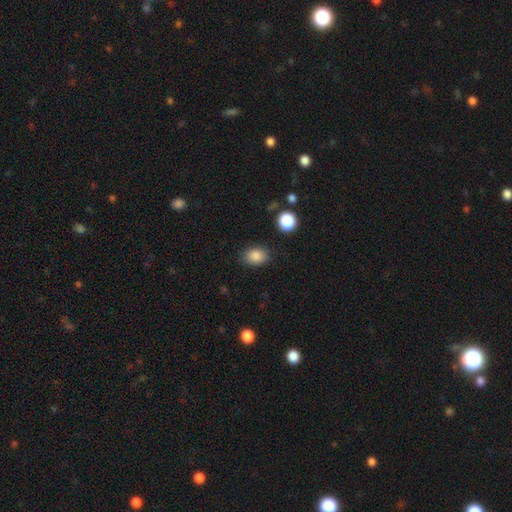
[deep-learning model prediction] A smooth galaxy with no disk features (85%) that is in between round and cigar-shaped (75%).

Vote fractions:
- Smooth or featured? smooth: 85% / star or artifact: 10% / featured or disk: 5%
- How rounded? in between: 75% / round: 24% / cigar-shaped: 1%
- Merging? none: 83% / minor disturbance: 12% / major disturbance: 3% / merger: 2%